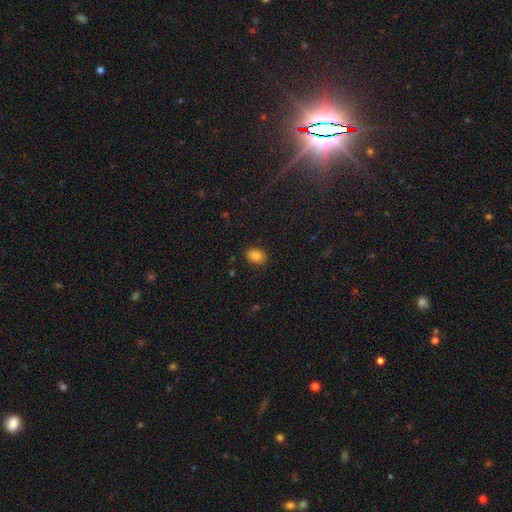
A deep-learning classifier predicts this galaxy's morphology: Smooth or featured? smooth (84%)
How rounded? in between (76%)
Merging? none (87%)